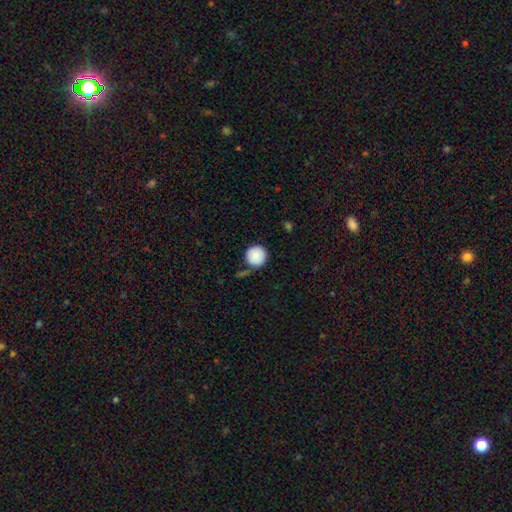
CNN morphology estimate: Smooth or featured: smooth — 86% (featured or disk — 7%)
How rounded: round — 95% (in between — 4%)
Merging: none — 77% (minor disturbance — 15%)